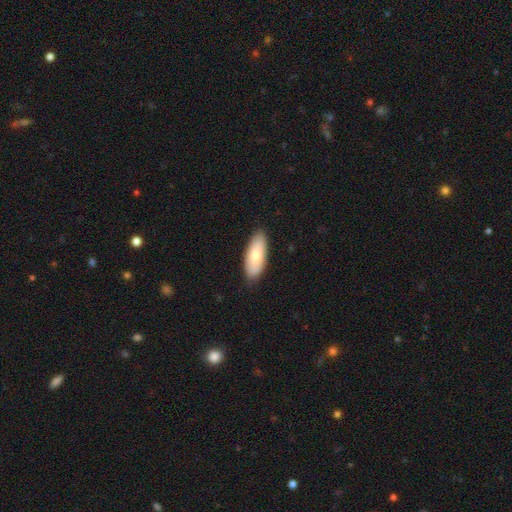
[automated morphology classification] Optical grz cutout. It shows a smooth galaxy with no disk features (76%) that is in between round and cigar-shaped (81%). Merging: none (82%).